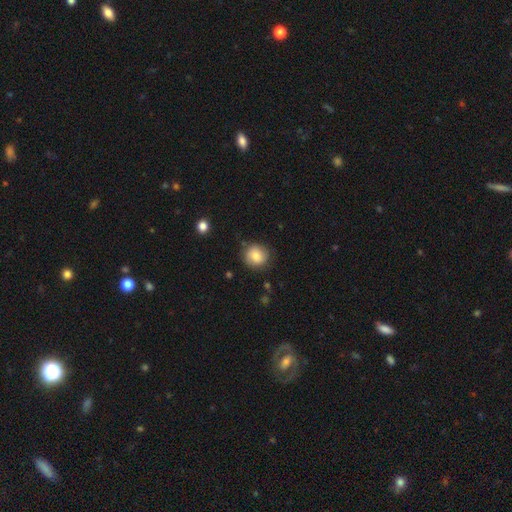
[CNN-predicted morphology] Q: Smooth or featured?
A: smooth (79%); runner-up: featured or disk (12%)
Q: How rounded?
A: round (86%); runner-up: in between (14%)
Q: Merging?
A: none (81%); runner-up: minor disturbance (14%)